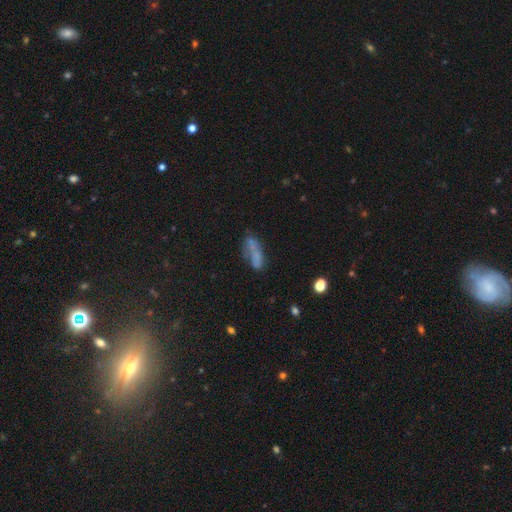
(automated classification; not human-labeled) A smooth galaxy with no disk features (60%) that is in between round and cigar-shaped (63%). Merging: none (44%).